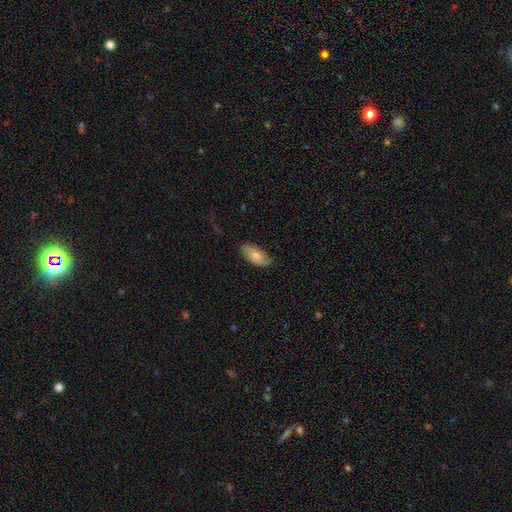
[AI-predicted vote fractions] Q: Smooth or featured?
A: smooth (77%); runner-up: featured or disk (17%)
Q: How rounded?
A: in between (94%); runner-up: cigar-shaped (4%)
Q: Merging?
A: none (77%); runner-up: minor disturbance (18%)